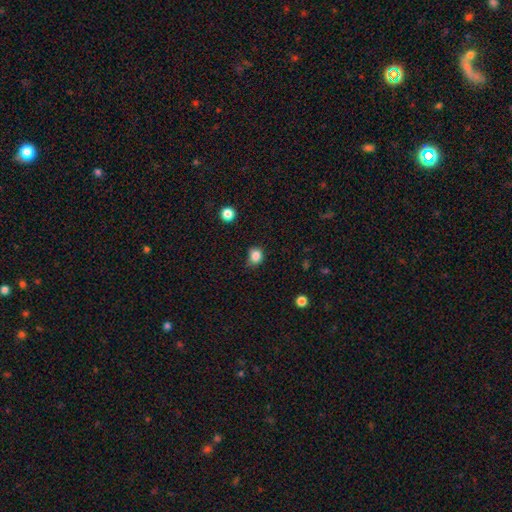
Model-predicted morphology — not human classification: type=smooth (84%); roundness=round (71%); merging=none (63%).